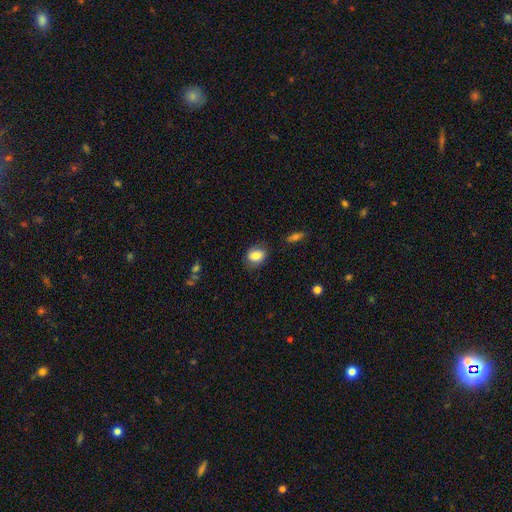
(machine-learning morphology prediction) Smooth or featured?
  - smooth: 80% *
  - featured or disk: 12%
  - star or artifact: 8%
How rounded?
  - in between: 63% *
  - round: 35%
  - cigar-shaped: 1%
Merging?
  - none: 76% *
  - minor disturbance: 17%
  - major disturbance: 5%
  - merger: 2%